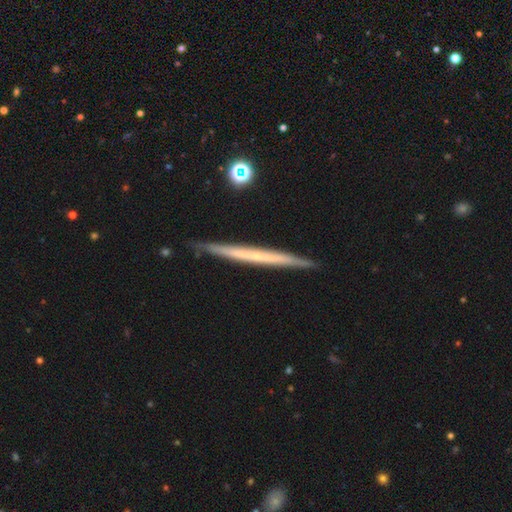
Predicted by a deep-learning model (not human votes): smooth_or_featured: featured or disk (p=0.62) [alt: smooth p=0.32]
disk_edge_on: yes (p=0.97) [alt: no p=0.03]
edge_on_bulge: none (p=0.86) [alt: rounded p=0.11]
merging: none (p=0.89) [alt: minor disturbance p=0.08]